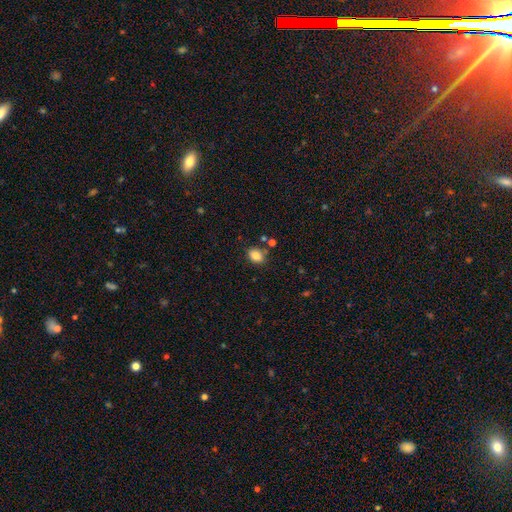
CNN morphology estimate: Smooth or featured? smooth (85%)
How rounded? in between (69%)
Merging? none (77%)